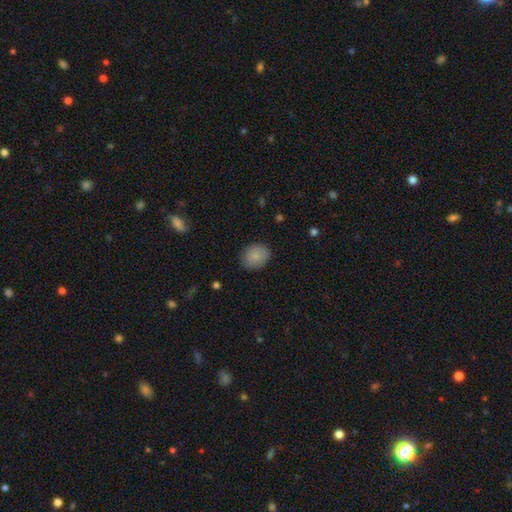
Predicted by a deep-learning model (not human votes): smooth 86%, star or artifact 7%, featured or disk 6%. Down the decision tree: how rounded — round (52%); merging — none (86%).